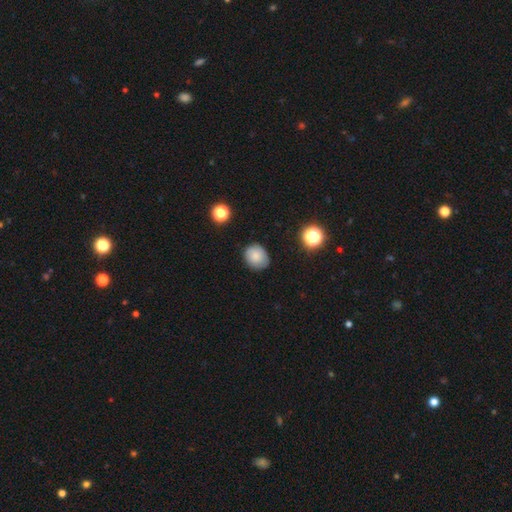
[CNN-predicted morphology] This appears to be a smooth galaxy with no disk features (81%) that is round (68%). Merging: none (80%).